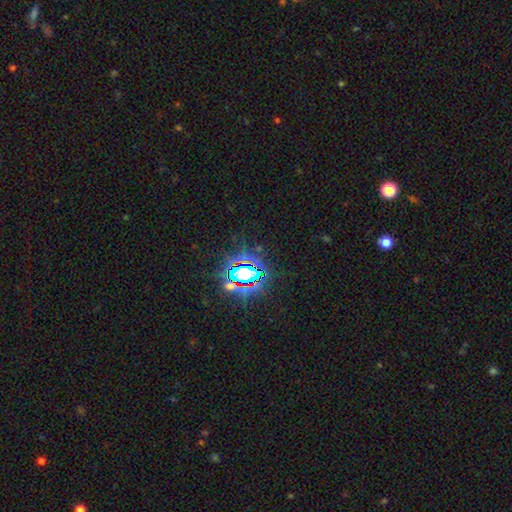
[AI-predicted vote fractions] Morphology: type=star or artifact (81%).